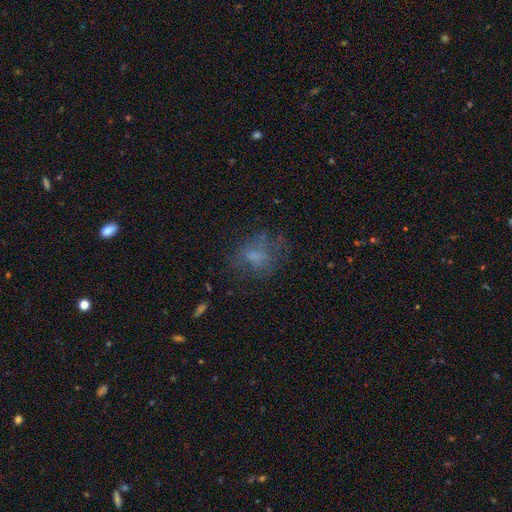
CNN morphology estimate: smooth 55%, featured or disk 28%, star or artifact 17%. Down the decision tree: how rounded — in between (50%); merging — none (54%).